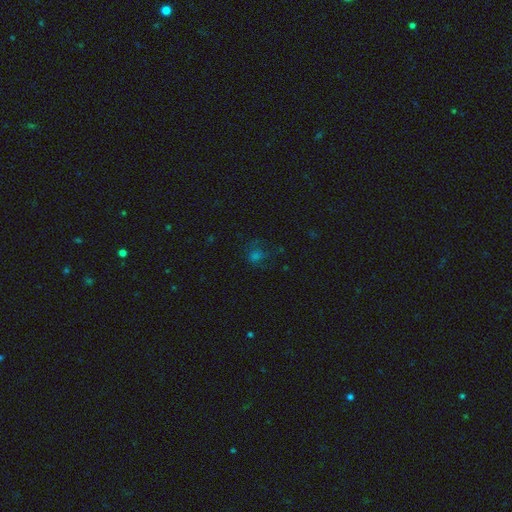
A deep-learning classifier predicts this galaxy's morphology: This appears to be a smooth galaxy with no disk features (43%). Merging: none (58%).